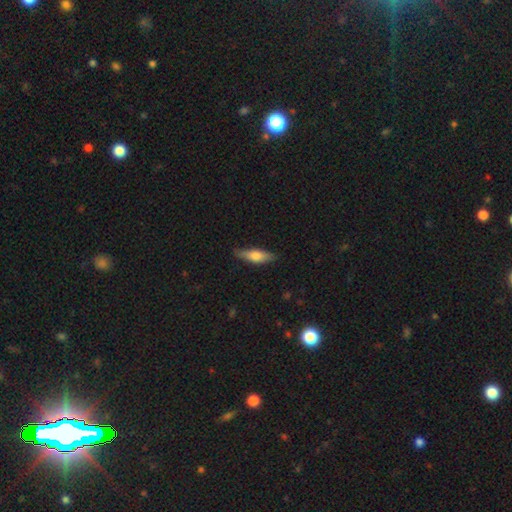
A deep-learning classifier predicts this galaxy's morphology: Smooth or featured? Predicted: smooth (p=0.64). How rounded? Predicted: cigar-shaped (p=0.52). Merging? Predicted: none (p=0.79).